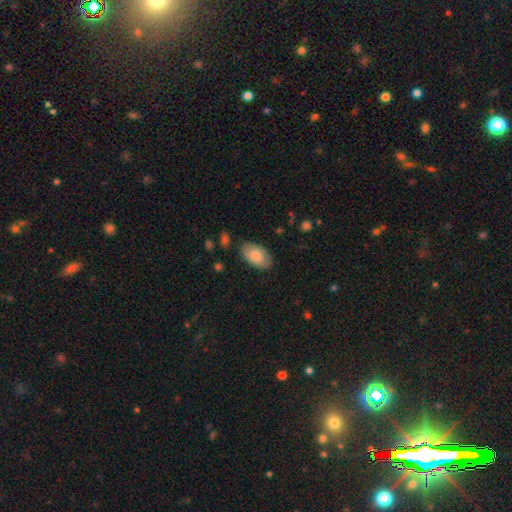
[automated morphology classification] smooth 78%, featured or disk 17%, star or artifact 6%. Down the decision tree: how rounded — in between (95%); merging — none (80%).